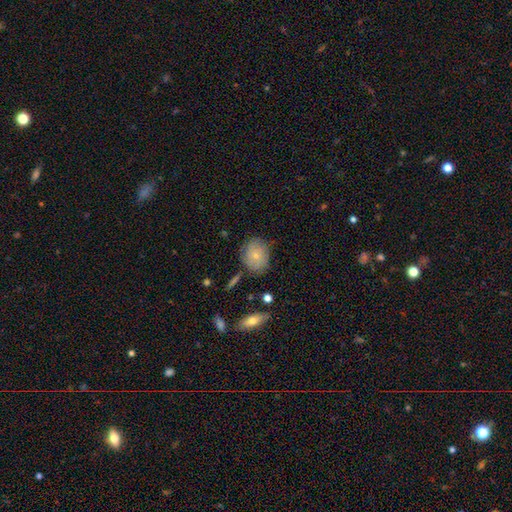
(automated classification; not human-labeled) smooth-or-featured: smooth: 70% | featured or disk: 22% | star or artifact: 8%
  how-rounded: round: 57% | in between: 42% | cigar-shaped: 1%
  merging: none: 73% | minor disturbance: 19% | major disturbance: 5% | merger: 3%